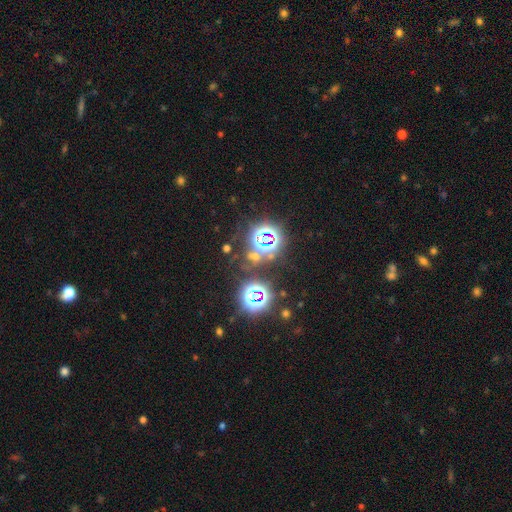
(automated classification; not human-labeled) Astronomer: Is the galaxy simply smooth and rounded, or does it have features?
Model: star or artifact — 74%.